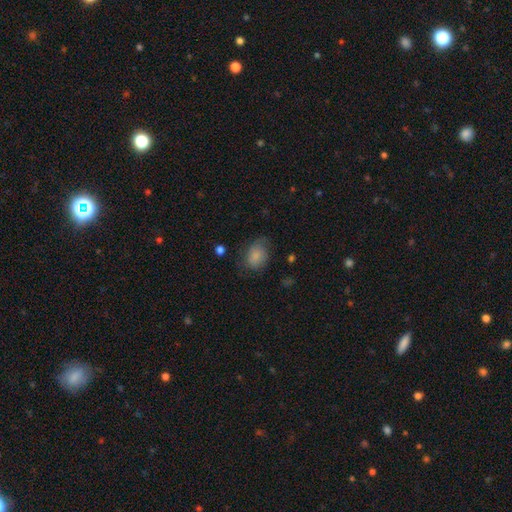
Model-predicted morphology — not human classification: Smooth or featured? Predicted: smooth (p=0.81). How rounded? Predicted: in between (p=0.69). Merging? Predicted: none (p=0.60).